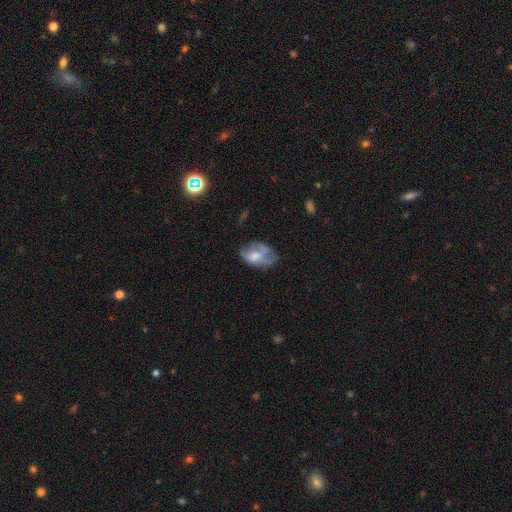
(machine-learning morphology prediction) Q: Smooth or featured?
A: smooth (51%); runner-up: featured or disk (40%)
Q: How rounded?
A: in between (85%); runner-up: round (14%)
Q: Merging?
A: none (37%); runner-up: minor disturbance (31%)